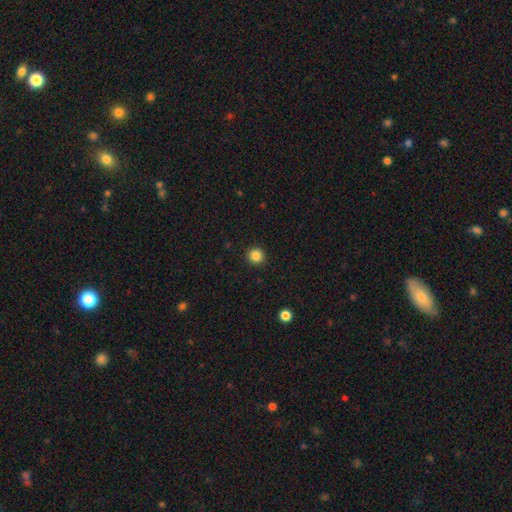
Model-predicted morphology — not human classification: Smooth or featured?
  - smooth: 85% *
  - star or artifact: 12%
  - featured or disk: 3%
How rounded?
  - round: 95% *
  - in between: 4%
  - cigar-shaped: 1%
Merging?
  - none: 93% *
  - minor disturbance: 4%
  - major disturbance: 2%
  - merger: 1%